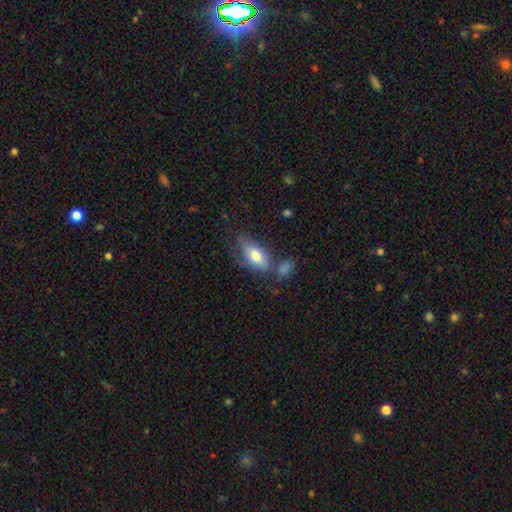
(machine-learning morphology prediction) This appears to be a smooth galaxy with no disk features (70%) that is in between round and cigar-shaped (82%). Merging: none (44%).